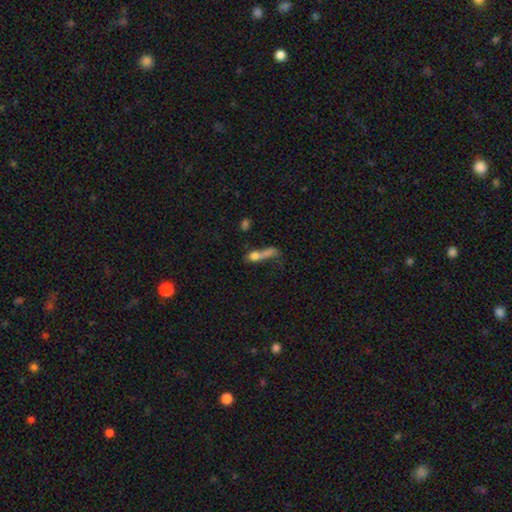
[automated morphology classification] Smooth or featured: smooth — 62% (featured or disk — 25%)
How rounded: in between — 49% (cigar-shaped — 34%)
Merging: merger — 45% (major disturbance — 24%)